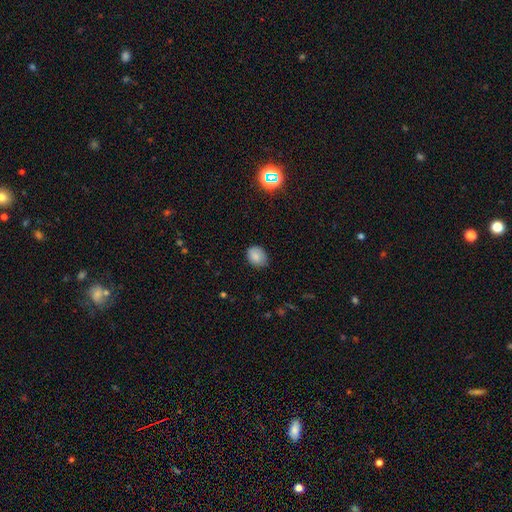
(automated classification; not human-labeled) The model was most divided on "how rounded": in between: 62%, round: 37%, cigar-shaped: 1%. More confident: smooth or featured — smooth (83%); merging — none (75%).